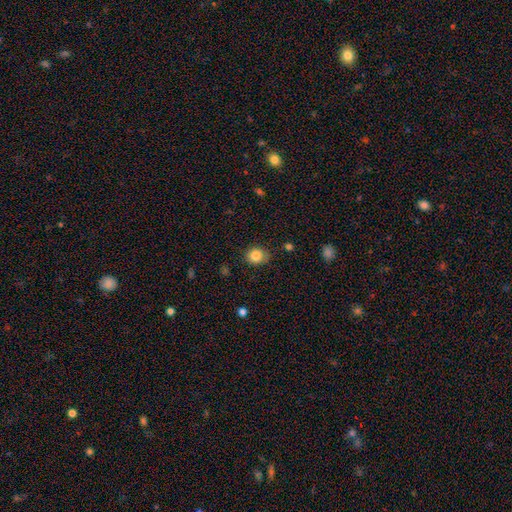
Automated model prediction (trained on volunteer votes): The model was most divided on "how rounded": round: 78%, in between: 21%, cigar-shaped: 1%. More confident: smooth or featured — smooth (84%); merging — none (80%).